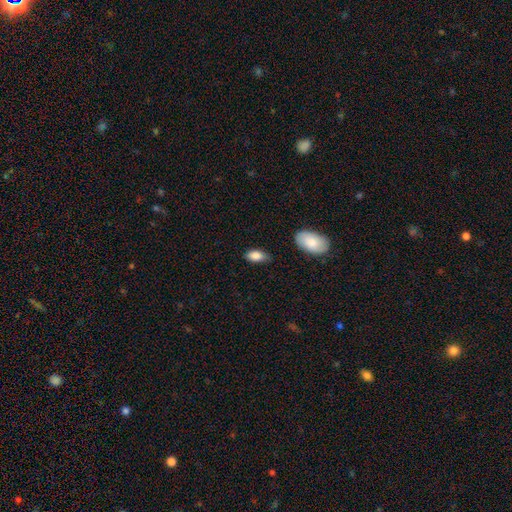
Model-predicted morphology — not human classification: smooth 86%, star or artifact 7%, featured or disk 7%. Down the decision tree: how rounded — in between (91%); merging — none (72%).